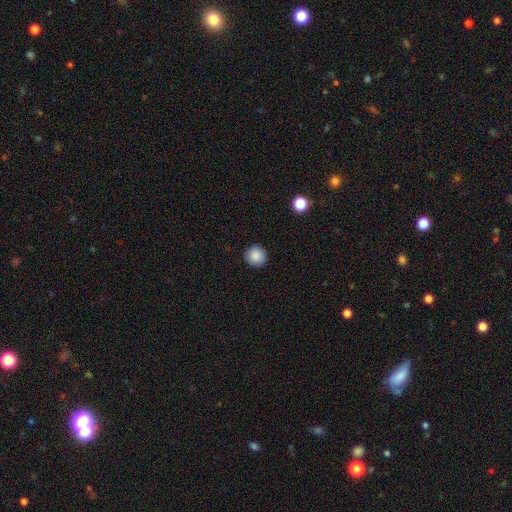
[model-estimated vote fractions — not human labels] A smooth galaxy with no disk features (87%) that is round (94%). Merging: none (92%).